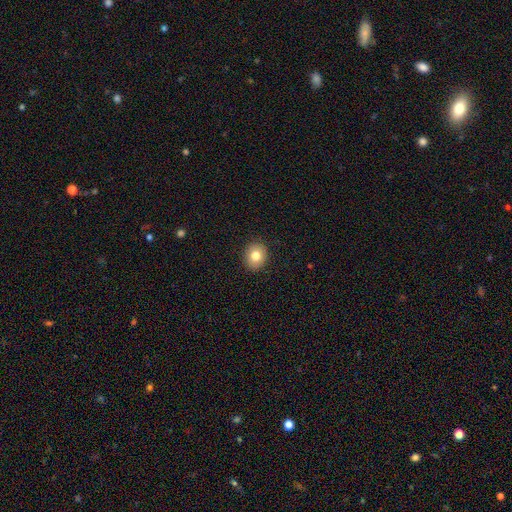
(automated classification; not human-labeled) Overall: smooth (81%). How rounded: round (72%). Merging: none (91%).